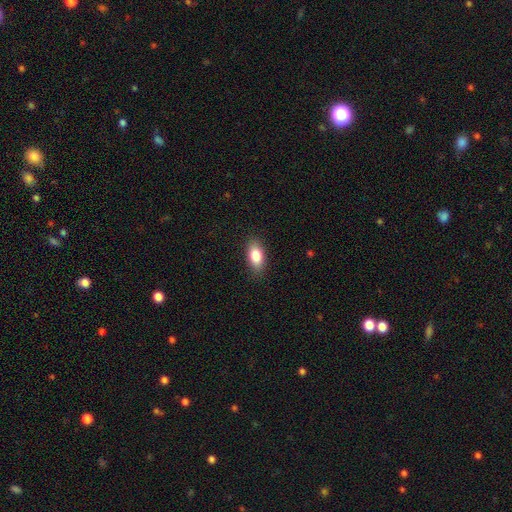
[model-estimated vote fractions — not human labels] This appears to be a smooth galaxy with no disk features (82%) that is in between round and cigar-shaped (87%). Merging: none (87%).